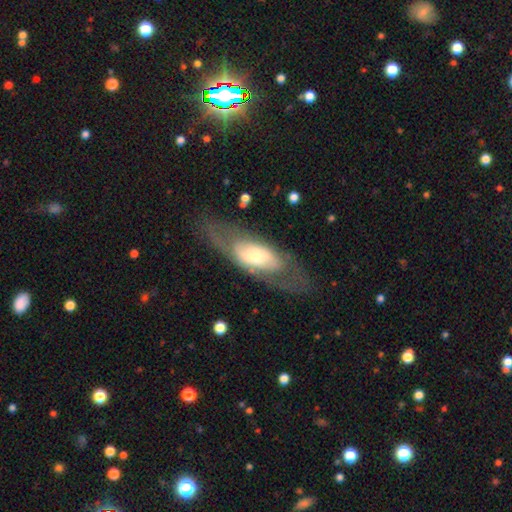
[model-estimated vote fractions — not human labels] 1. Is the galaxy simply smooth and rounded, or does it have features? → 61% featured or disk, 33% smooth, 6% star or artifact.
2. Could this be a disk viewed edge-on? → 79% no, 21% yes.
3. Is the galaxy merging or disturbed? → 63% none, 18% minor disturbance, 16% major disturbance, 2% merger.